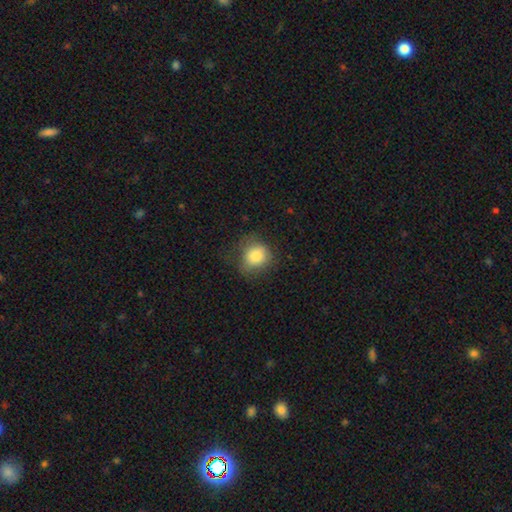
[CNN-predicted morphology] smooth 83%, star or artifact 9%, featured or disk 8%. Down the decision tree: how rounded — round (77%); merging — none (61%).